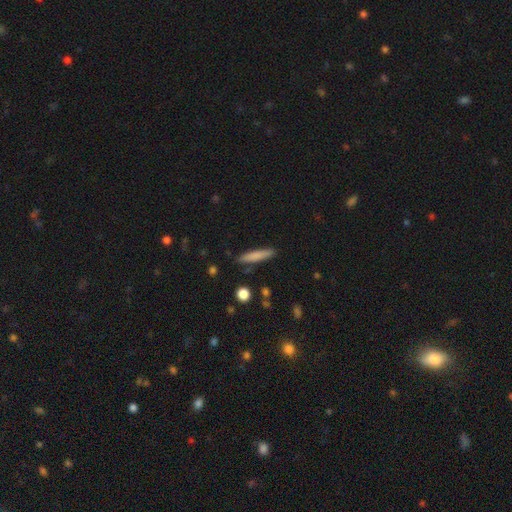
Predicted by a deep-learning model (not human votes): Smooth or featured? Predicted: smooth (p=0.78). How rounded? Predicted: cigar-shaped (p=0.90). Merging? Predicted: none (p=0.86).